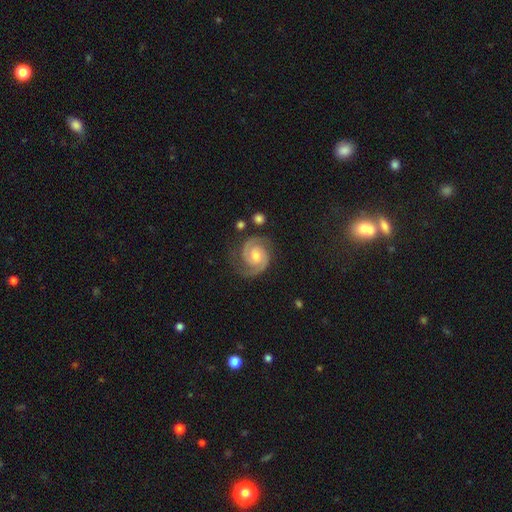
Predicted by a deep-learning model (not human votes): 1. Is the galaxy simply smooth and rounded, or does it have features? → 91% featured or disk, 5% star or artifact, 4% smooth.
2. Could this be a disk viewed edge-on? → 98% no, 2% yes.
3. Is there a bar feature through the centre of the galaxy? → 62% no, 30% weak, 8% strong.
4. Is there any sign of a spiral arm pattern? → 99% yes, 1% no.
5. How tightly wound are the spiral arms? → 60% tight, 35% medium, 5% loose.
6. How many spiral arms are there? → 93% 2, 2% can't tell, 2% 3, 1% 1, 1% 4, 1% more than 4.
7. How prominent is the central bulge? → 69% moderate, 24% small, 4% large, 2% none, 1% dominant.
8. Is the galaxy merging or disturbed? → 81% none, 13% minor disturbance, 4% major disturbance, 2% merger.